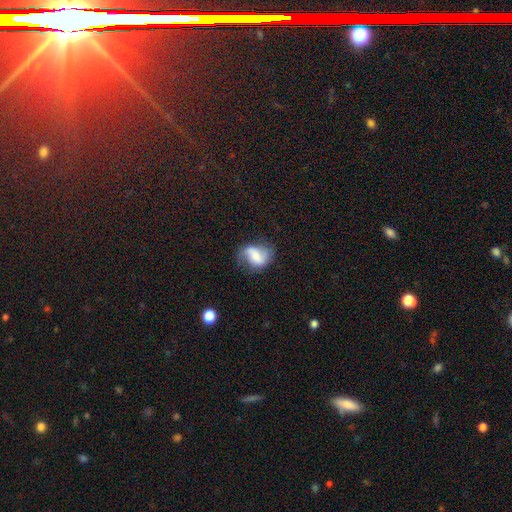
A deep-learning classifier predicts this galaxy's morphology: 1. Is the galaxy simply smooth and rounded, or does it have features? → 56% featured or disk, 36% smooth, 9% star or artifact.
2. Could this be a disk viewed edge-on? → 97% no, 3% yes.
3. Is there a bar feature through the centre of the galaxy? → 42% weak, 31% no, 27% strong.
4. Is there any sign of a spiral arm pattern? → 85% yes, 15% no.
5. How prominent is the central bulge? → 35% moderate, 33% small, 16% none, 13% large, 3% dominant.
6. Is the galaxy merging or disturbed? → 55% none, 27% minor disturbance, 15% major disturbance, 3% merger.